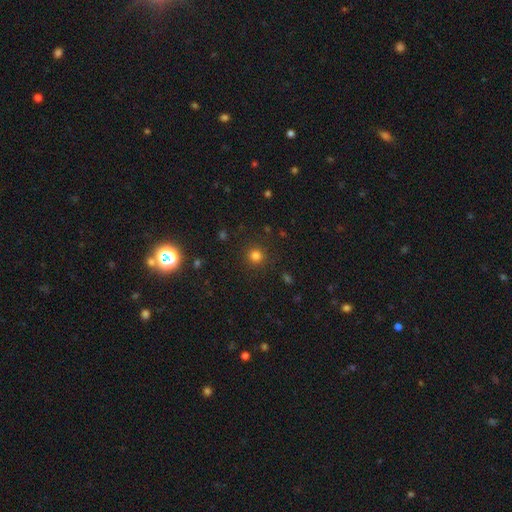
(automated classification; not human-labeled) Morphology: type=smooth (81%); roundness=round (93%); merging=none (89%).